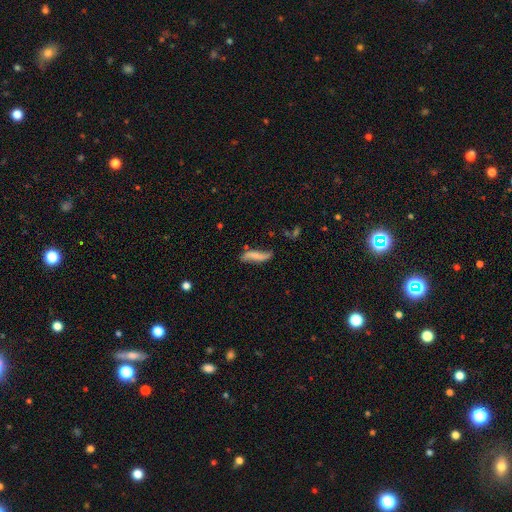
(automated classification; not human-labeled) This appears to be a featured or disk galaxy (47%). Merging: none (61%).